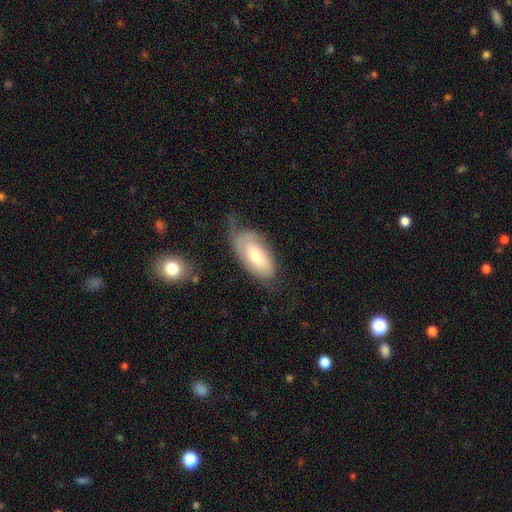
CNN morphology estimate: Smooth or featured? smooth (54%)
How rounded? in between (92%)
Merging? none (39%)